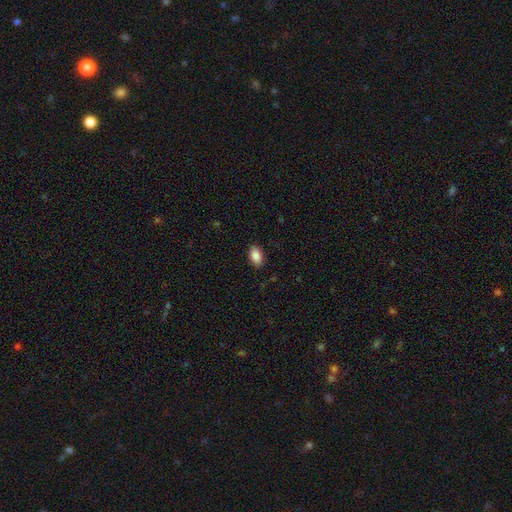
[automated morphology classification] A smooth galaxy with no disk features (88%) that is in between round and cigar-shaped (93%). Merging: none (88%).